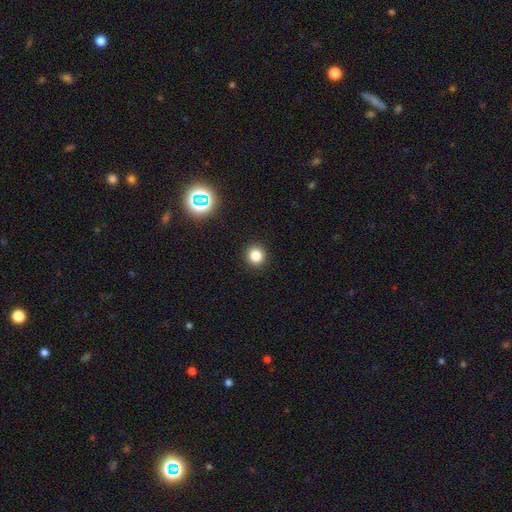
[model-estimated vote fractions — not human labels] The model was most divided on "smooth or featured": smooth: 82%, star or artifact: 14%, featured or disk: 5%. More confident: how rounded — round (93%); merging — none (92%).